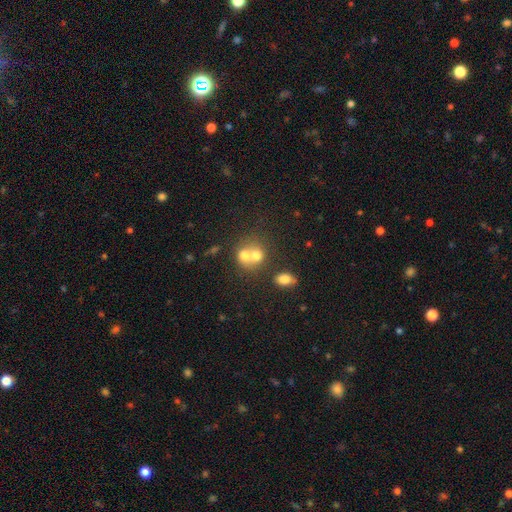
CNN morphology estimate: This appears to be a smooth galaxy with no disk features (68%) that is round (71%). Merging: merger (66%).